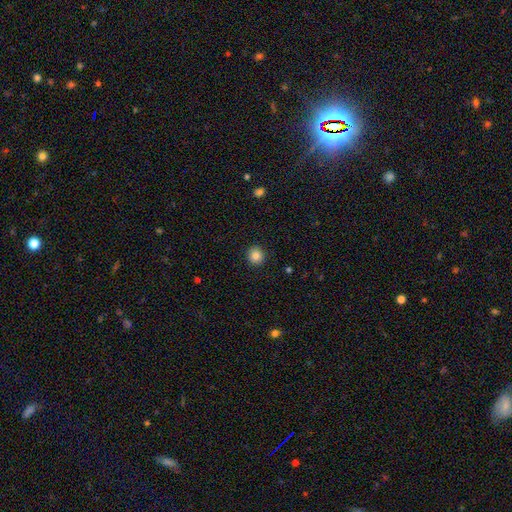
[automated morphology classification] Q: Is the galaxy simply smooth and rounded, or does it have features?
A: smooth — 85%.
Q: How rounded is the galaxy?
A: round — 91%.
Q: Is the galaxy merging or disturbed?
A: none — 92%.